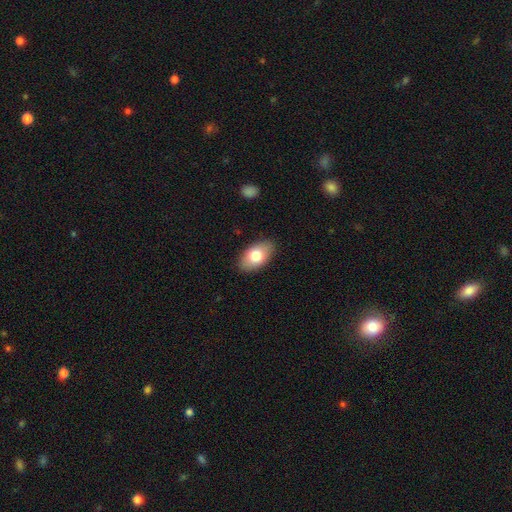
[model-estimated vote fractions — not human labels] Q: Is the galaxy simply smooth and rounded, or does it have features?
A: smooth — 78%.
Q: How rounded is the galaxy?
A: in between — 94%.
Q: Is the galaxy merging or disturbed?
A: none — 87%.